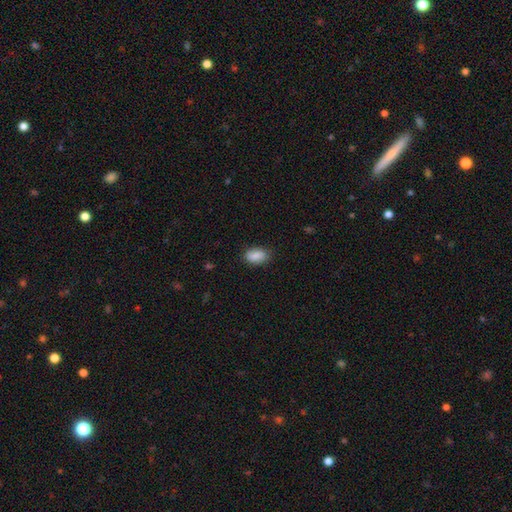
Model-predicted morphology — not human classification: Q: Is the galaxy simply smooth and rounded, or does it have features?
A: smooth — 88%.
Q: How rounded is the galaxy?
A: in between — 91%.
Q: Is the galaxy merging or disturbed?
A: none — 82%.